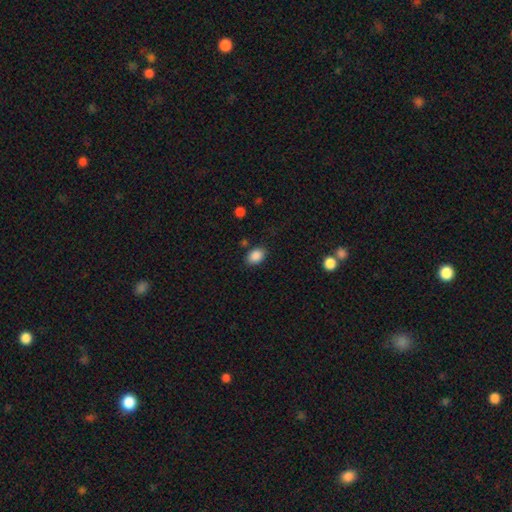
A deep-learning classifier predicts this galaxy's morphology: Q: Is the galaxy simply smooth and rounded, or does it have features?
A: smooth — 88%.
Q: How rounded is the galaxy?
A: in between — 80%.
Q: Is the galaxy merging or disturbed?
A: none — 83%.